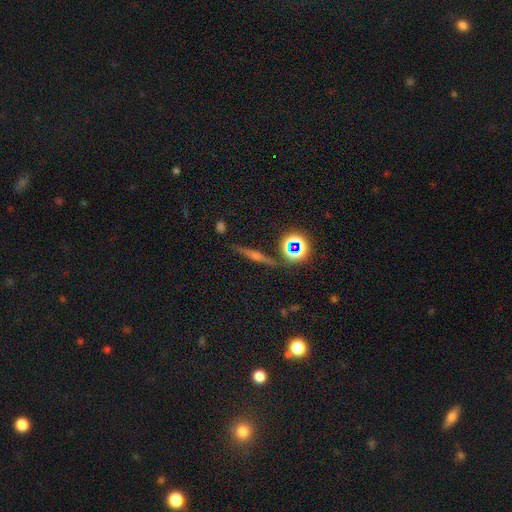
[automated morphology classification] type=featured or disk (63%); edge-on=yes (95%); edge-on bulge=rounded (83%); merging=none (88%).